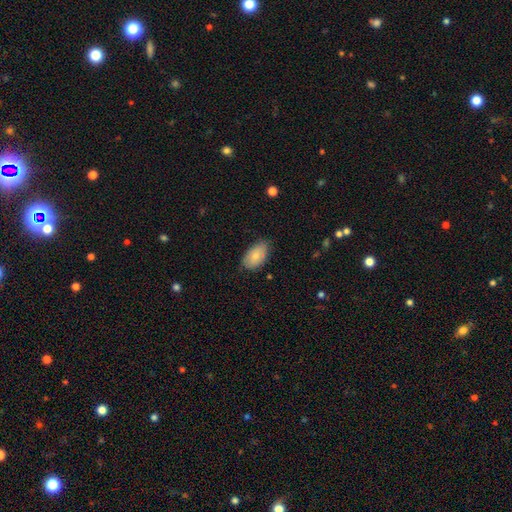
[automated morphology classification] A smooth galaxy with no disk features (77%) that is in between round and cigar-shaped (93%). Merging: none (69%).